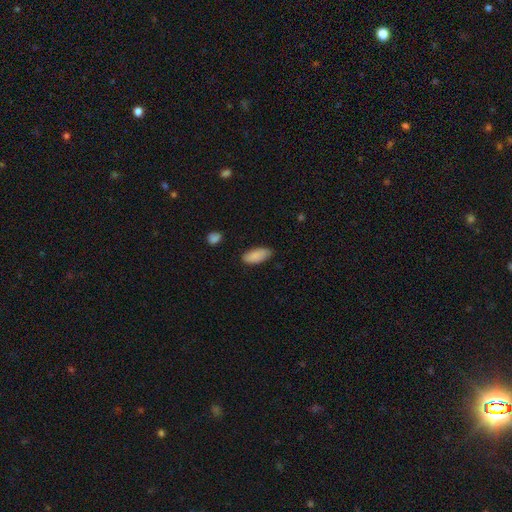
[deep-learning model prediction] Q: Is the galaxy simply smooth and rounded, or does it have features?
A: smooth — 89%.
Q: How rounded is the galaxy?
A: in between — 86%.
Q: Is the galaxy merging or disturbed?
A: none — 80%.